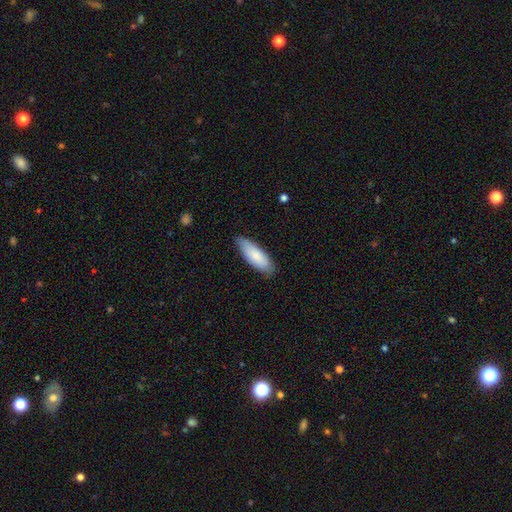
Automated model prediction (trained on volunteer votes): Smooth or featured? smooth (82%)
How rounded? in between (65%)
Merging? none (78%)